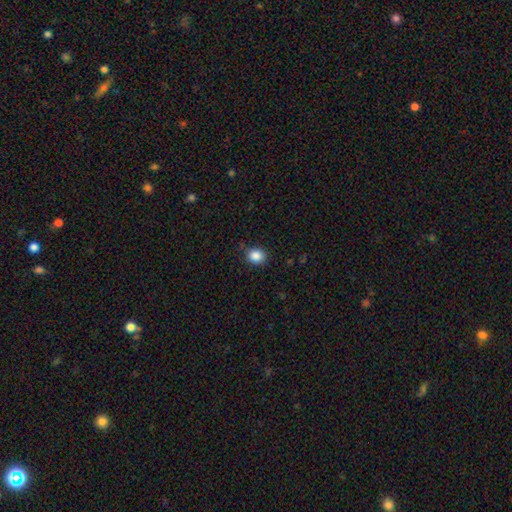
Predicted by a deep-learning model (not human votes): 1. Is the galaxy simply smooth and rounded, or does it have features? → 86% smooth, 10% star or artifact, 4% featured or disk.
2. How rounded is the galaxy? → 67% round, 32% in between, 1% cigar-shaped.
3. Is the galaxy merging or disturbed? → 86% none, 10% minor disturbance, 3% major disturbance, 1% merger.